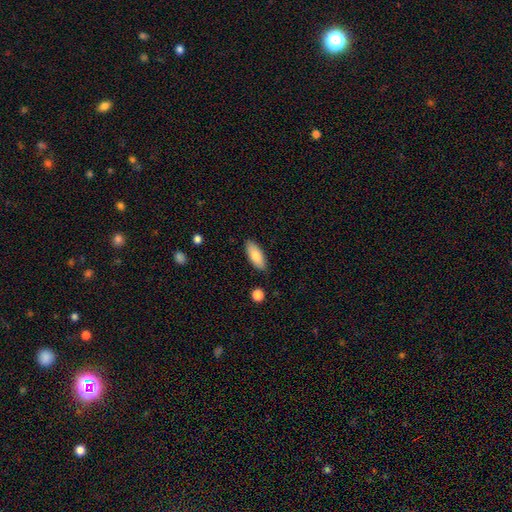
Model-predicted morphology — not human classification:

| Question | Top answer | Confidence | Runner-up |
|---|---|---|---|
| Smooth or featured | smooth | 82% | featured or disk (12%) |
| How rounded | in between | 80% | cigar-shaped (18%) |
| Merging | none | 85% | minor disturbance (11%) |